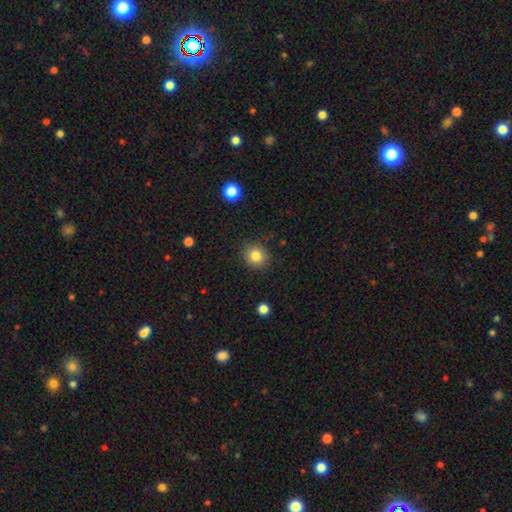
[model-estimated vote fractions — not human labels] smooth-or-featured: smooth: 83% | star or artifact: 11% | featured or disk: 6%
  how-rounded: round: 86% | in between: 13% | cigar-shaped: 1%
  merging: none: 89% | minor disturbance: 7% | major disturbance: 2% | merger: 1%